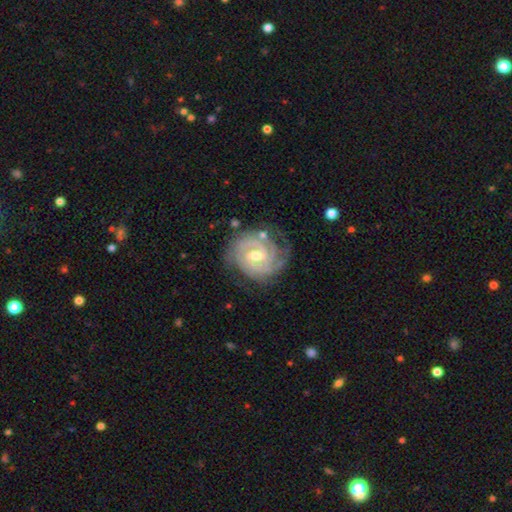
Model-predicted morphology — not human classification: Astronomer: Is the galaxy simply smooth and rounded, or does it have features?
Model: featured or disk — 92%.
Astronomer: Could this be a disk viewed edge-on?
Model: no — 98%.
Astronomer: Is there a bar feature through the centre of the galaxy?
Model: weak — 56%.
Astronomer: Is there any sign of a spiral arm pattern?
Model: yes — 98%.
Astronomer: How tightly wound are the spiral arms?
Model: tight — 77%.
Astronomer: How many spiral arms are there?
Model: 2 — 45% (runner-up: 3, 27%).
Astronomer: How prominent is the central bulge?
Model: moderate — 52% (runner-up: small, 44%).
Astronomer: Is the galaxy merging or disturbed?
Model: none — 74%.